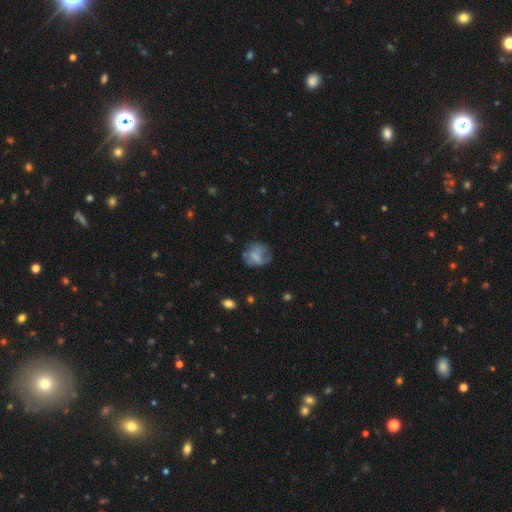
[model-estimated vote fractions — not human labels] smooth_or_featured: smooth (p=0.51) [alt: featured or disk p=0.38]
how_rounded: round (p=0.64) [alt: in between p=0.34]
merging: none (p=0.48) [alt: minor disturbance p=0.26]